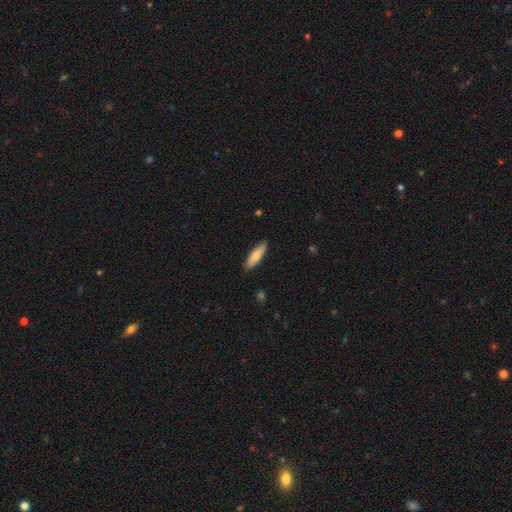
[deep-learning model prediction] Overall: smooth (76%). How rounded: cigar-shaped (61%; in between 38%). Merging: none (89%).